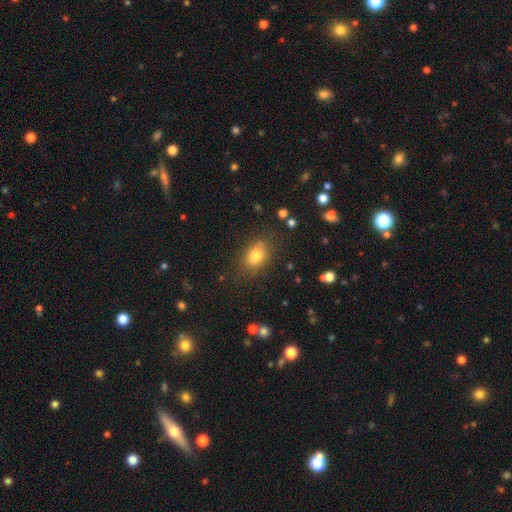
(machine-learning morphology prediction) smooth 78%, star or artifact 12%, featured or disk 10%. Down the decision tree: how rounded — in between (76%); merging — none (77%).